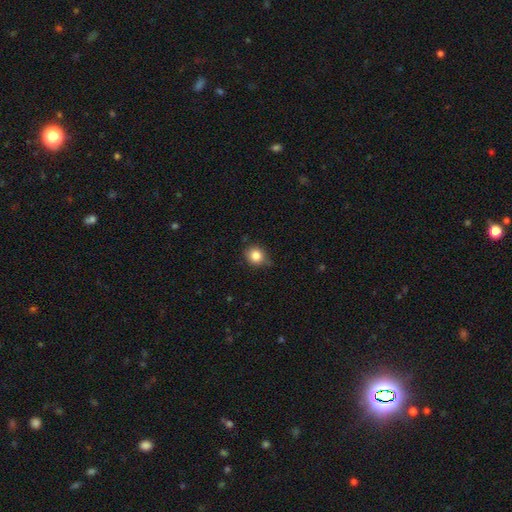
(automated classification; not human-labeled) Overall: smooth (84%). How rounded: round (80%). Merging: none (75%).